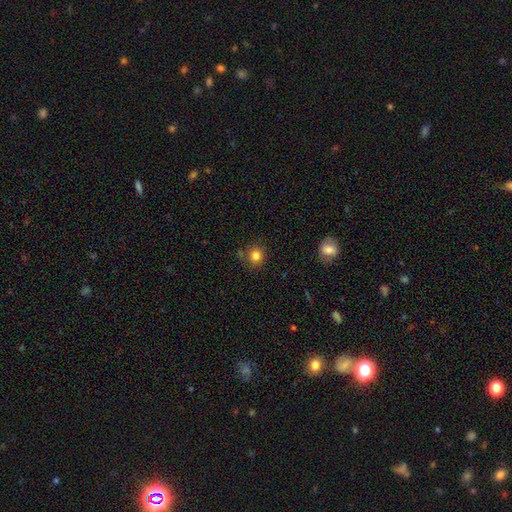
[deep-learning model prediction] This appears to be a smooth galaxy with no disk features (82%) that is round (85%). Merging: none (79%).